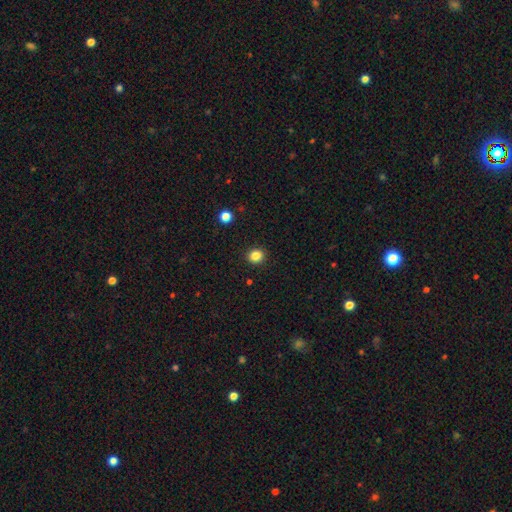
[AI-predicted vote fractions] Smooth or featured? smooth (85%)
How rounded? round (81%)
Merging? none (92%)